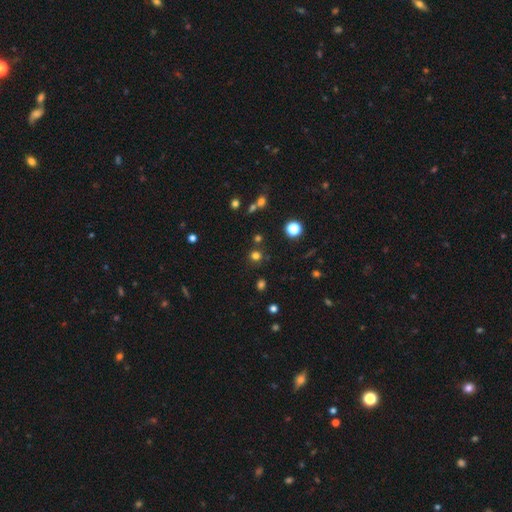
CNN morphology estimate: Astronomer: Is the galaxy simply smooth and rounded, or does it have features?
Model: smooth — 71%.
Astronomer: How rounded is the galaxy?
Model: round — 91%.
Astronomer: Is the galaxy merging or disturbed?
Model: none — 84%.